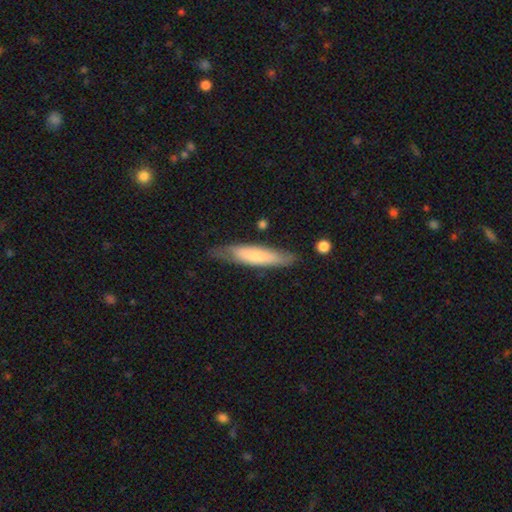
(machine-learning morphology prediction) smooth-or-featured: smooth: 63% | featured or disk: 31% | star or artifact: 6%
  how-rounded: cigar-shaped: 78% | in between: 20% | round: 1%
  merging: none: 73% | minor disturbance: 20% | major disturbance: 5% | merger: 2%